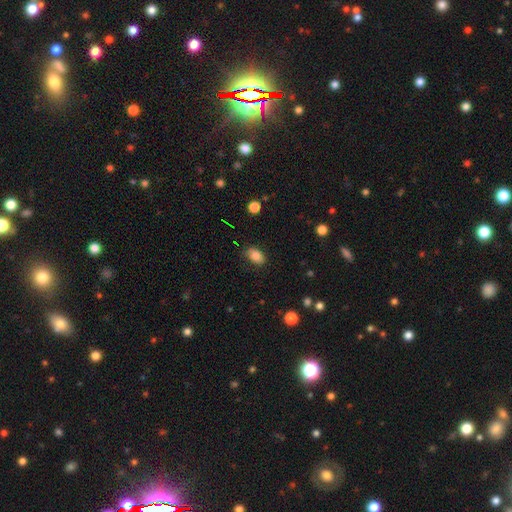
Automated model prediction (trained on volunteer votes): Smooth or featured? Predicted: smooth (p=0.84). How rounded? Predicted: in between (p=0.85). Merging? Predicted: none (p=0.78).